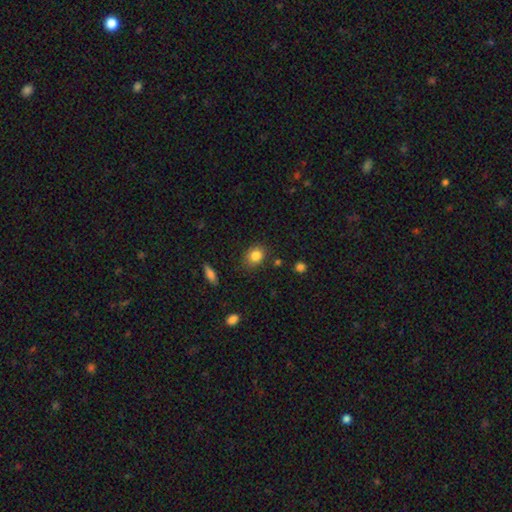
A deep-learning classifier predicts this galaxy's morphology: Smooth or featured: smooth — 83% (star or artifact — 10%)
How rounded: round — 52% (in between — 47%)
Merging: none — 81% (minor disturbance — 14%)